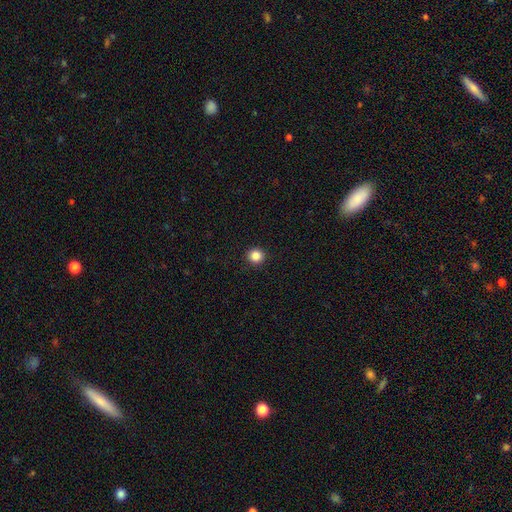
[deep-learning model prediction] smooth 86%, star or artifact 11%, featured or disk 3%. Down the decision tree: how rounded — round (93%); merging — none (93%).